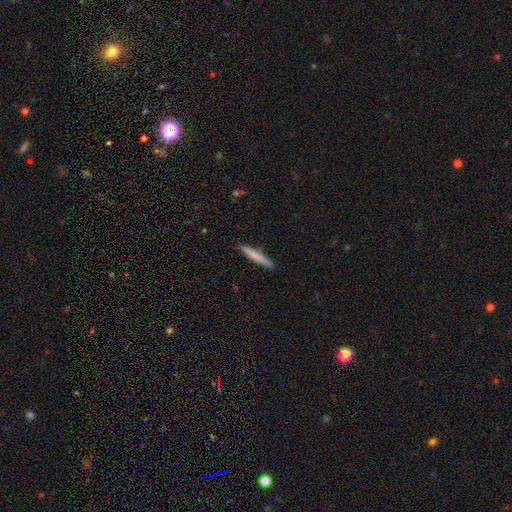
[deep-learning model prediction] Smooth or featured? smooth (71%)
How rounded? cigar-shaped (96%)
Merging? none (90%)